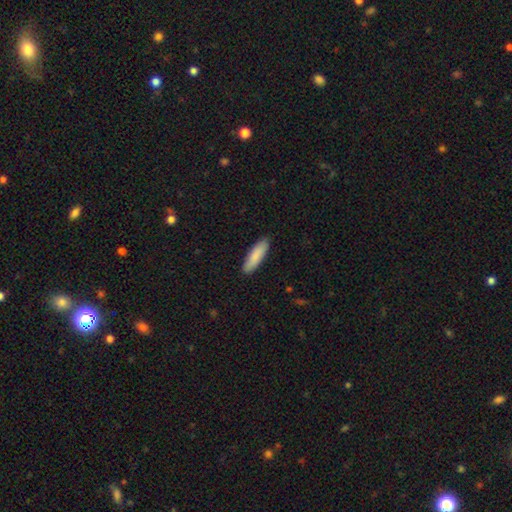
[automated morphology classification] Smooth or featured?
  - smooth: 87% *
  - featured or disk: 8%
  - star or artifact: 5%
How rounded?
  - cigar-shaped: 63% *
  - in between: 36%
  - round: 1%
Merging?
  - none: 88% *
  - minor disturbance: 9%
  - major disturbance: 2%
  - merger: 1%